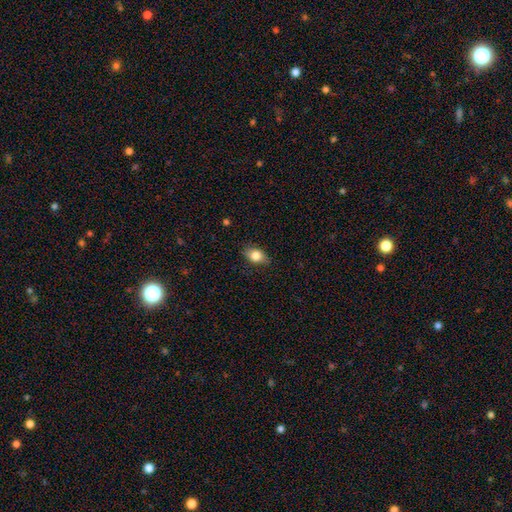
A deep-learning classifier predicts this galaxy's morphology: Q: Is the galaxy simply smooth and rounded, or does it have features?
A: smooth — 81%.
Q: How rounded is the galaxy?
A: in between — 81%.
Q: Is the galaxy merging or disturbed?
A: none — 81%.